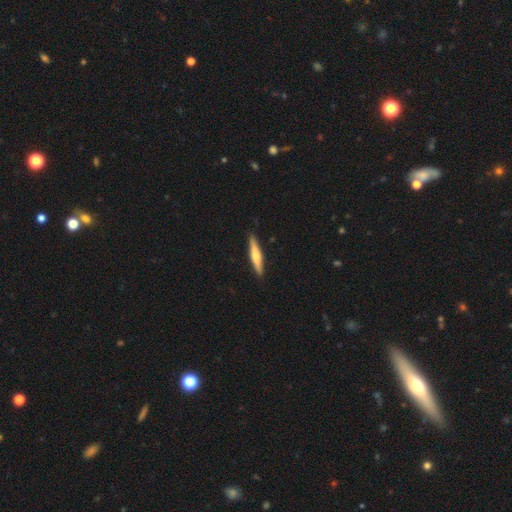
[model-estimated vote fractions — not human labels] Smooth or featured?
  - smooth: 48% *
  - featured or disk: 47%
  - star or artifact: 5%
Merging?
  - none: 91% *
  - minor disturbance: 7%
  - major disturbance: 1%
  - merger: 1%